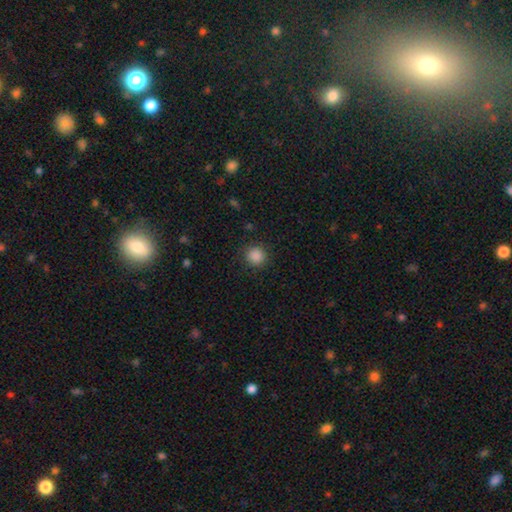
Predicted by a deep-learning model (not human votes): smooth-or-featured: smooth: 87% | star or artifact: 10% | featured or disk: 3%
  how-rounded: round: 92% | in between: 8% | cigar-shaped: 1%
  merging: none: 89% | minor disturbance: 7% | major disturbance: 3% | merger: 1%